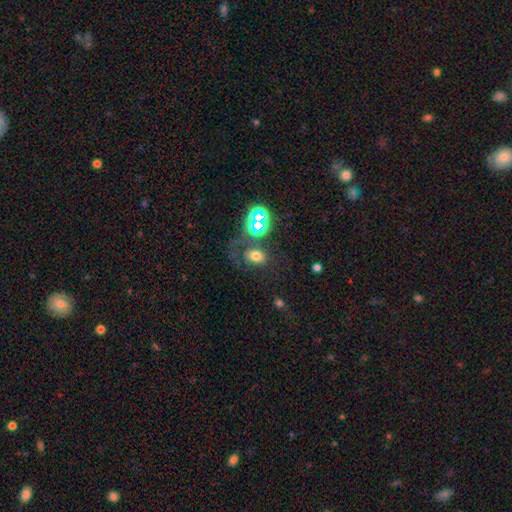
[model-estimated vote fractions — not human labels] This appears to be a smooth galaxy with no disk features (63%) that is in between round and cigar-shaped (70%). Merging: none (57%).